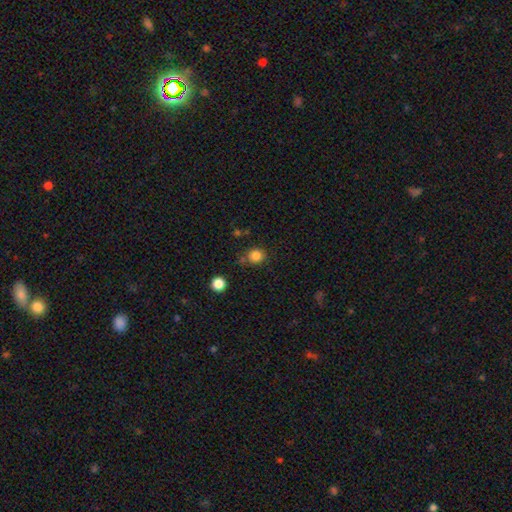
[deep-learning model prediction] smooth-or-featured: smooth: 84% | star or artifact: 12% | featured or disk: 4%
  how-rounded: round: 86% | in between: 13% | cigar-shaped: 1%
  merging: none: 76% | minor disturbance: 13% | merger: 7% | major disturbance: 4%